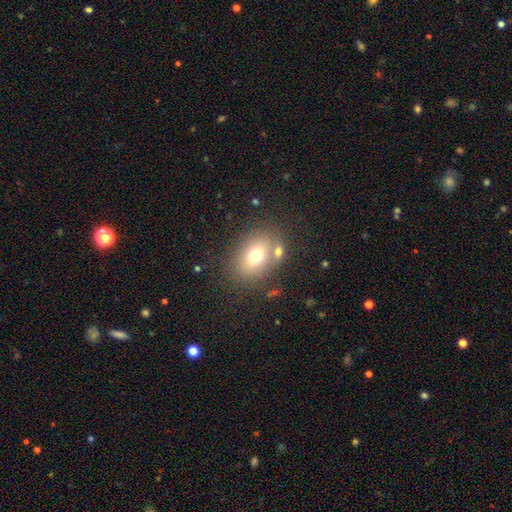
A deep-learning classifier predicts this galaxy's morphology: Smooth or featured: smooth — 70% (featured or disk — 18%)
How rounded: in between — 73% (round — 25%)
Merging: none — 68% (merger — 14%)